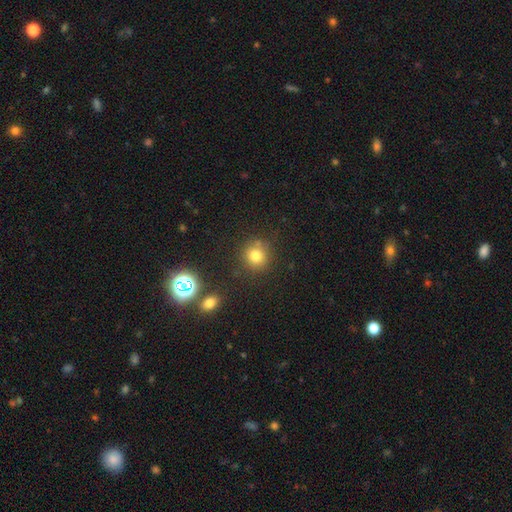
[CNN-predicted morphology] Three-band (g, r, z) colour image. It shows a smooth galaxy with no disk features (76%) that is round (90%). Merging: none (80%).